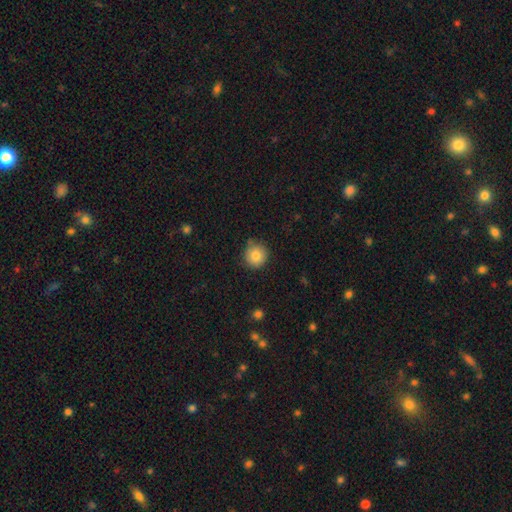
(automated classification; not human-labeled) This appears to be a smooth galaxy with no disk features (83%) that is round (94%). Merging: none (84%).